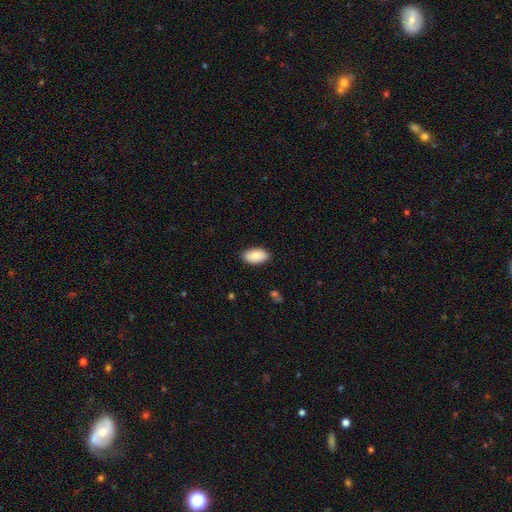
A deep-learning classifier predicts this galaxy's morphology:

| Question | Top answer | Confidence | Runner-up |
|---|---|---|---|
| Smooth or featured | smooth | 89% | star or artifact (6%) |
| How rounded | in between | 95% | round (3%) |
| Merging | none | 88% | minor disturbance (9%) |